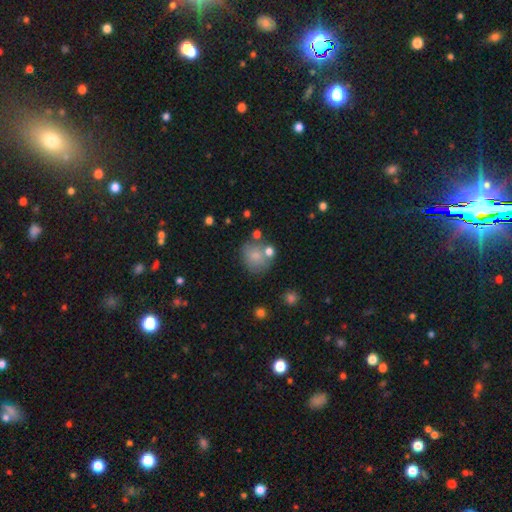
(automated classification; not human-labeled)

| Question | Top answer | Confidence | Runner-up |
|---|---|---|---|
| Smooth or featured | smooth | 74% | featured or disk (15%) |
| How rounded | round | 75% | in between (24%) |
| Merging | none | 59% | minor disturbance (18%) |